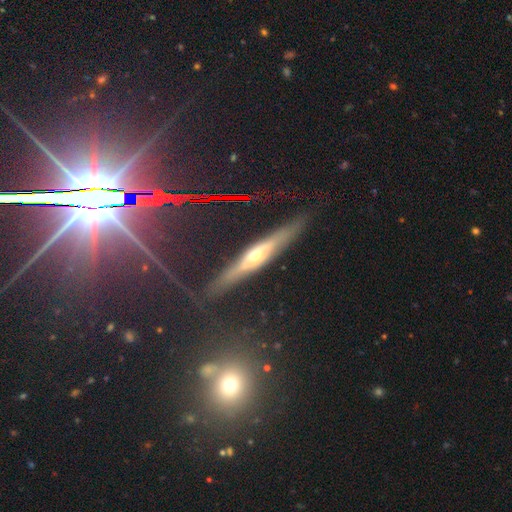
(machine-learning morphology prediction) type=featured or disk (64%); edge-on=yes (89%); edge-on bulge=rounded (85%); merging=none (85%).